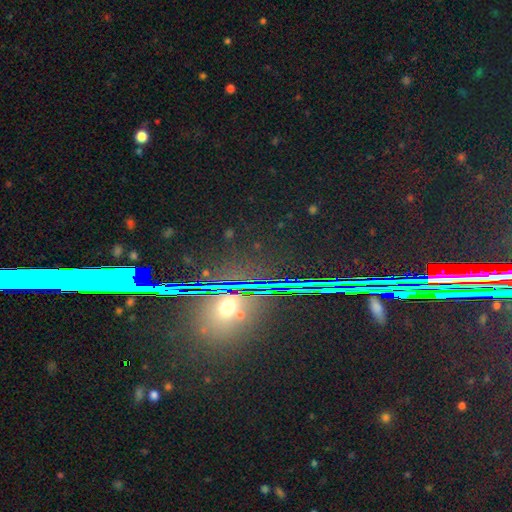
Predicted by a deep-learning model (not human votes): smooth-or-featured: star or artifact: 73% | smooth: 16% | featured or disk: 11%